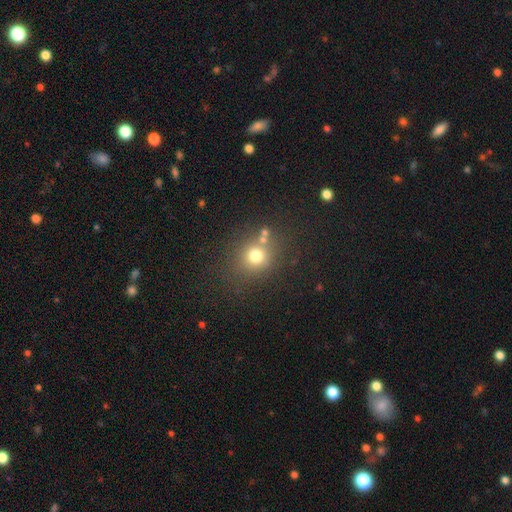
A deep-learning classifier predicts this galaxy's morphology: Q: Smooth or featured?
A: smooth (73%); runner-up: star or artifact (17%)
Q: How rounded?
A: round (82%); runner-up: in between (17%)
Q: Merging?
A: none (70%); runner-up: merger (14%)